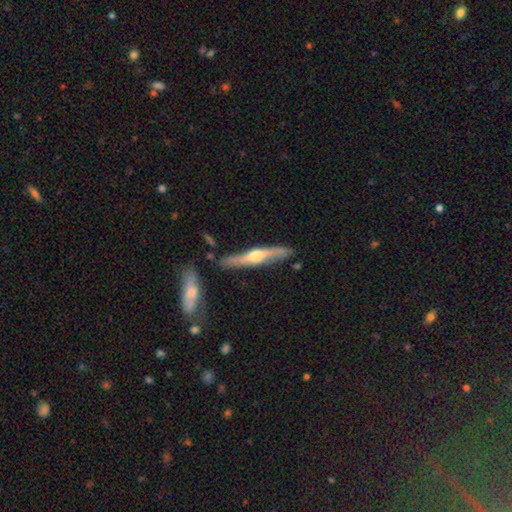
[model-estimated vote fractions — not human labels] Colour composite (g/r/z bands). It shows a featured or disk galaxy (66%) viewed edge-on (94%) with a rounded central bulge (89%). Merging: none (81%).